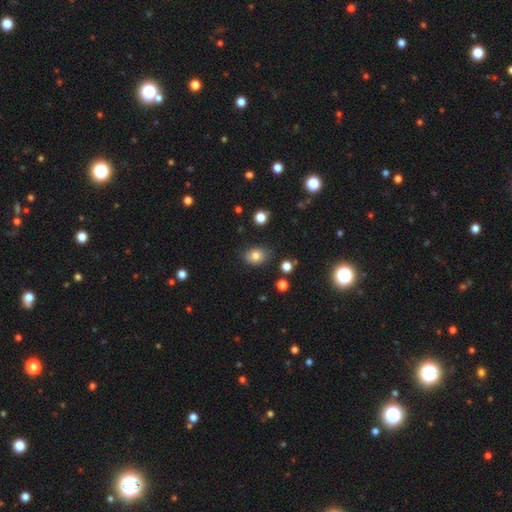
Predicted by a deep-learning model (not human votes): smooth 80%, star or artifact 11%, featured or disk 9%. Down the decision tree: how rounded — in between (56%); merging — none (81%).